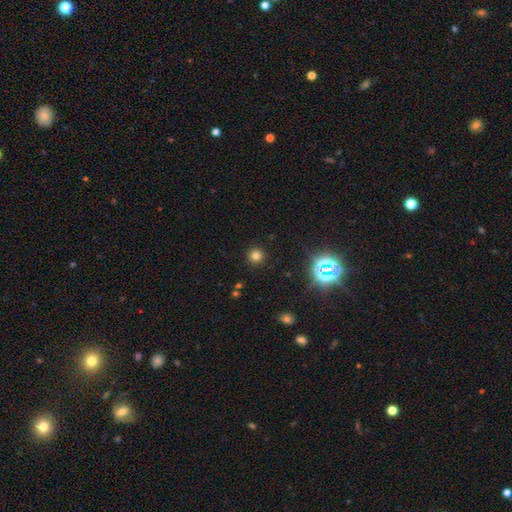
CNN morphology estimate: Smooth or featured: smooth — 75% (star or artifact — 19%)
How rounded: round — 95% (in between — 4%)
Merging: none — 91% (minor disturbance — 5%)